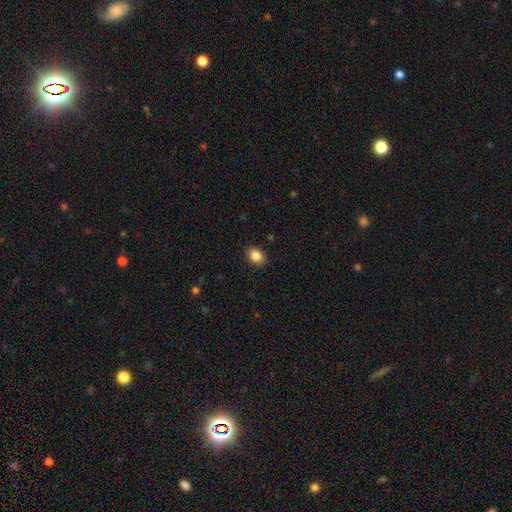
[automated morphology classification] Smooth or featured?
  - smooth: 85% *
  - star or artifact: 9%
  - featured or disk: 6%
How rounded?
  - in between: 68% *
  - round: 32%
  - cigar-shaped: 1%
Merging?
  - none: 89% *
  - minor disturbance: 8%
  - major disturbance: 2%
  - merger: 1%